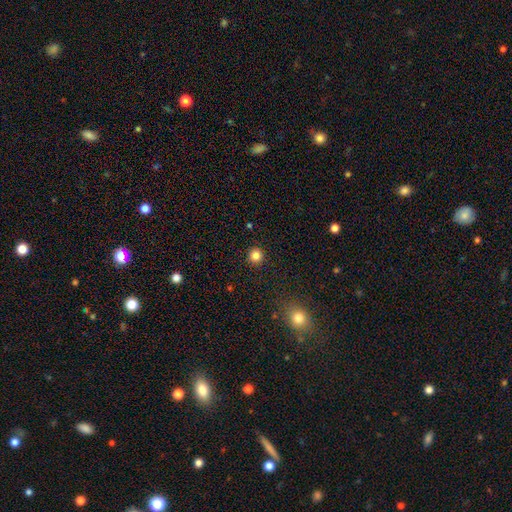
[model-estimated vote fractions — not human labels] This is clearly a smooth galaxy (84%). How rounded: clearly round (95%). Merging: clearly none (92%).